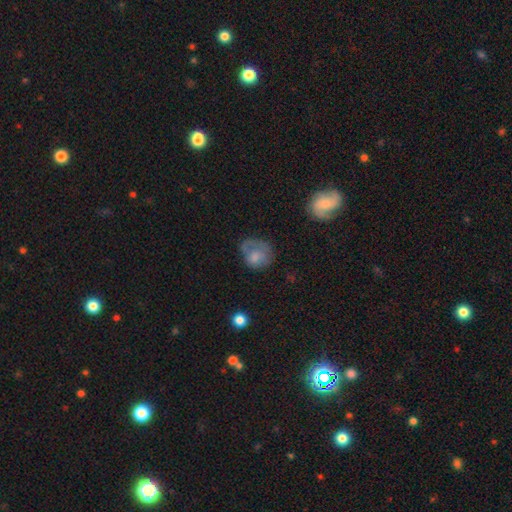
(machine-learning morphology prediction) Smooth or featured: smooth — 63% (featured or disk — 28%)
How rounded: round — 60% (in between — 39%)
Merging: none — 40% (major disturbance — 29%)